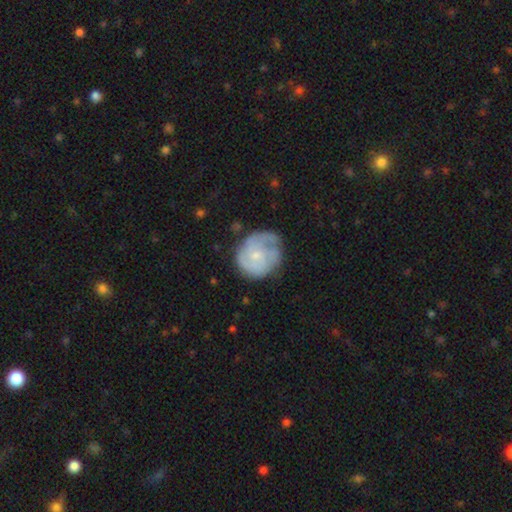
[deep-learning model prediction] Morphology: type=featured or disk (58%); edge-on=no (98%); bar=no (77%); spiral arms=yes (72%); bulge=small (66%); merging=none (50%).